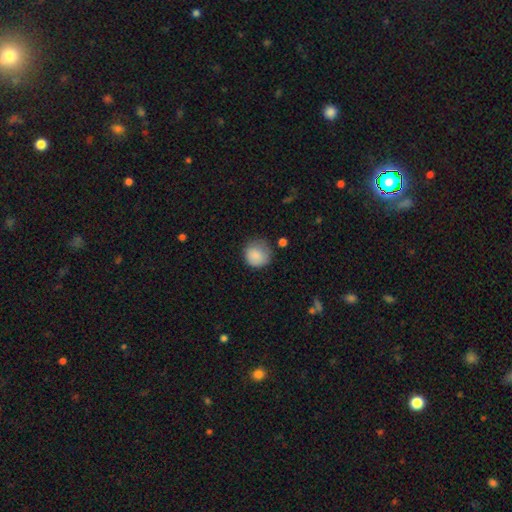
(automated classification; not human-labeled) A smooth galaxy with no disk features (85%) that is round (88%).

Vote fractions:
- Smooth or featured? smooth: 85% / star or artifact: 8% / featured or disk: 7%
- How rounded? round: 88% / in between: 11% / cigar-shaped: 1%
- Merging? none: 64% / minor disturbance: 25% / major disturbance: 9% / merger: 2%